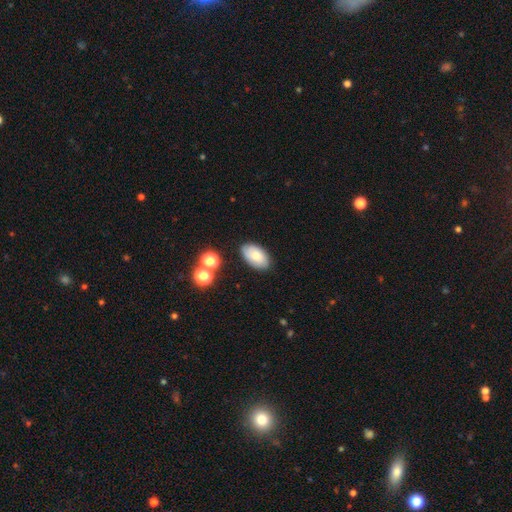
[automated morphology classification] smooth-or-featured: smooth: 74% | featured or disk: 18% | star or artifact: 8%
  how-rounded: in between: 94% | round: 5% | cigar-shaped: 1%
  merging: none: 83% | minor disturbance: 12% | major disturbance: 3% | merger: 3%